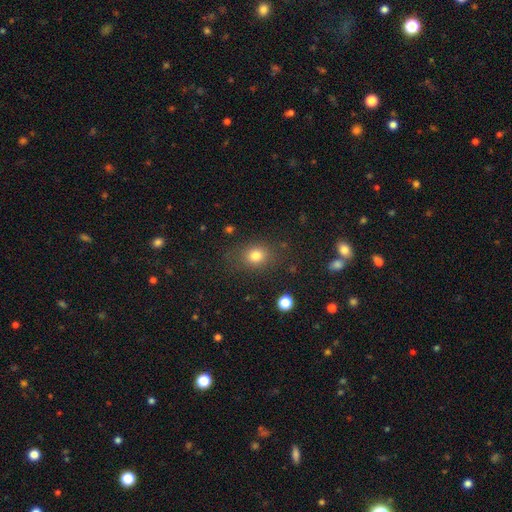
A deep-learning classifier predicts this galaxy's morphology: smooth-or-featured: smooth: 80% | star or artifact: 13% | featured or disk: 8%
  how-rounded: round: 57% | in between: 42% | cigar-shaped: 1%
  merging: none: 79% | minor disturbance: 13% | major disturbance: 6% | merger: 2%